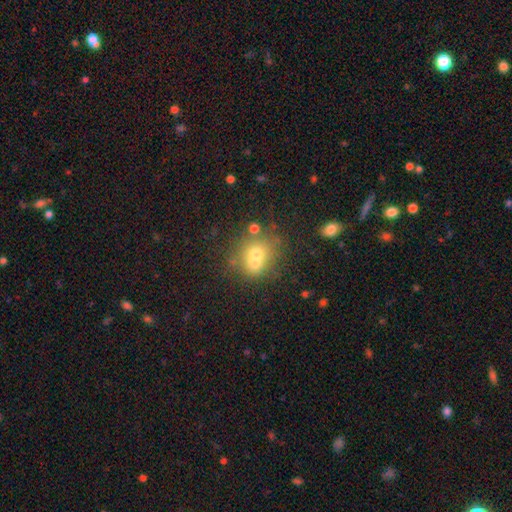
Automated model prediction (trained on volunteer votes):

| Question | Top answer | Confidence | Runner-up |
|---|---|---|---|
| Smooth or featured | smooth | 62% | featured or disk (22%) |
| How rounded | round | 69% | in between (30%) |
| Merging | none | 42% | merger (40%) |